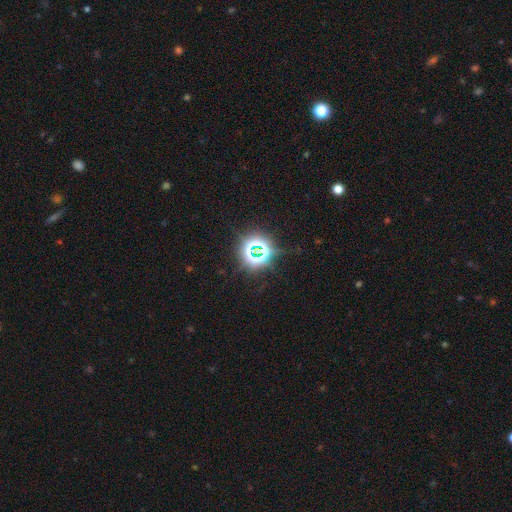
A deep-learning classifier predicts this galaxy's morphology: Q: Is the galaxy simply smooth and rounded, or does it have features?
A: star or artifact — 78%.